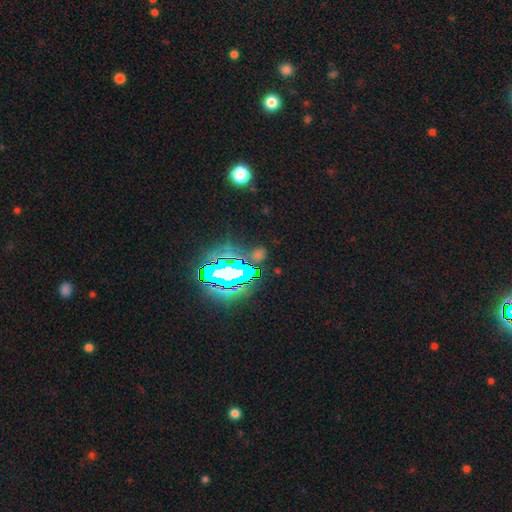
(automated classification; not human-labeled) Q: Smooth or featured?
A: star or artifact (70%); runner-up: smooth (17%)